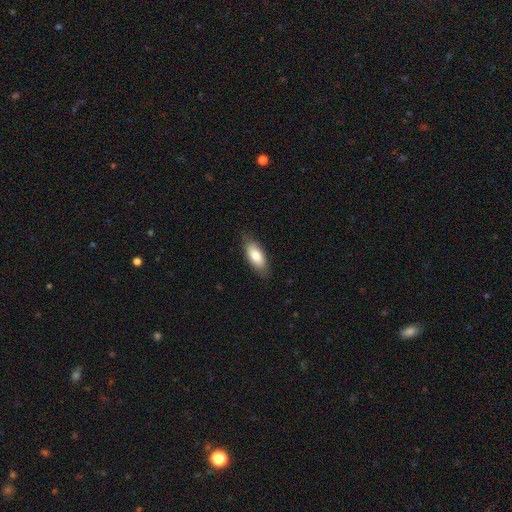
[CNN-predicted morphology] Smooth or featured? Predicted: smooth (p=0.80). How rounded? Predicted: in between (p=0.84). Merging? Predicted: none (p=0.81).